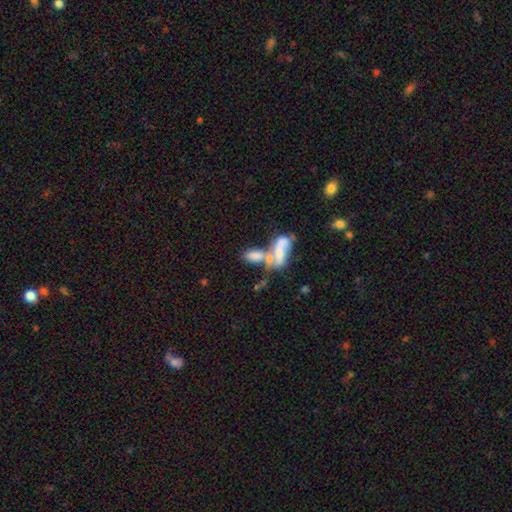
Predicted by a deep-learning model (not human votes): Smooth or featured? smooth (64%)
How rounded? in between (85%)
Merging? merger (67%)